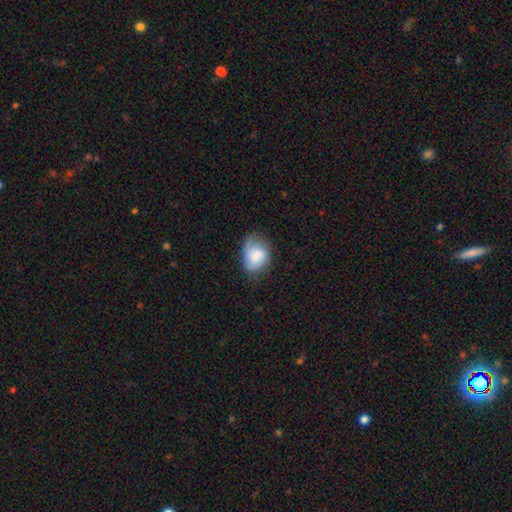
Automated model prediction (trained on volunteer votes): A smooth galaxy with no disk features (70%) that is in between round and cigar-shaped (63%).

Vote fractions:
- Smooth or featured? smooth: 70% / featured or disk: 23% / star or artifact: 7%
- How rounded? in between: 63% / round: 36% / cigar-shaped: 1%
- Merging? none: 49% / minor disturbance: 35% / major disturbance: 15% / merger: 2%